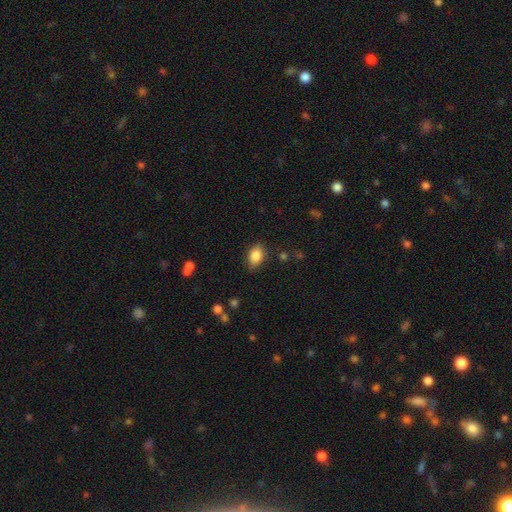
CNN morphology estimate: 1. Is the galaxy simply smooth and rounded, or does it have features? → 84% smooth, 8% star or artifact, 7% featured or disk.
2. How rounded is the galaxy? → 82% in between, 15% round, 2% cigar-shaped.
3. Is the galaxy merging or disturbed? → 79% none, 16% minor disturbance, 3% major disturbance, 2% merger.